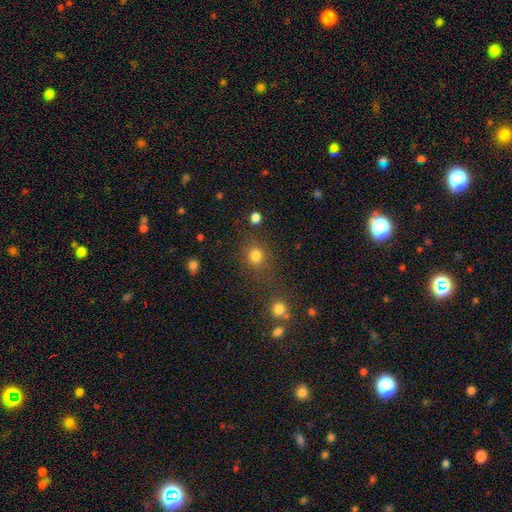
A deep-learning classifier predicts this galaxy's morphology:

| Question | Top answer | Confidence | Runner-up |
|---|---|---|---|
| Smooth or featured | smooth | 80% | star or artifact (14%) |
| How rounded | round | 79% | in between (20%) |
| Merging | none | 69% | merger (14%) |